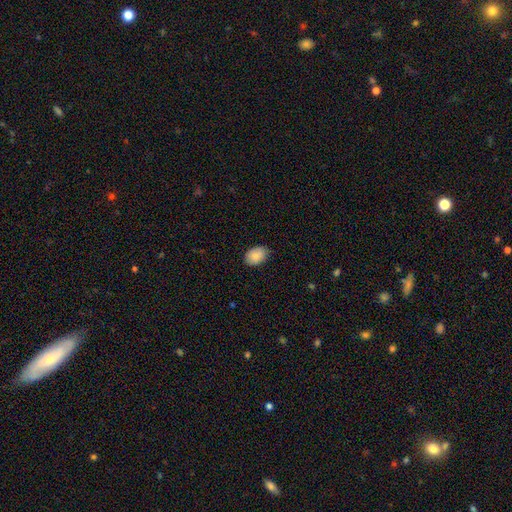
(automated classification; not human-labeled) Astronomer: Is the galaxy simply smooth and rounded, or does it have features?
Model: smooth — 86%.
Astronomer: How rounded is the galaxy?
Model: in between — 84%.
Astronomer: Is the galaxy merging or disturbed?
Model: none — 81%.